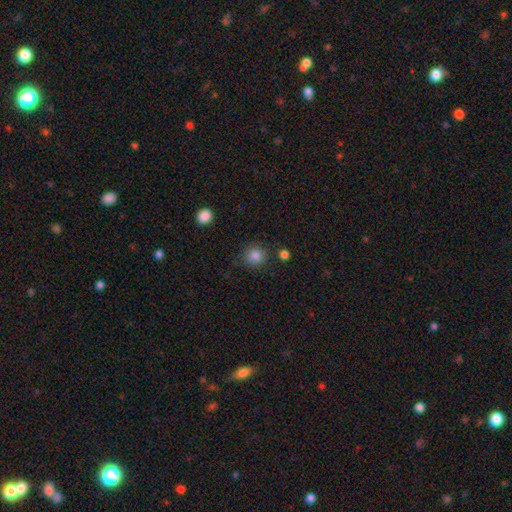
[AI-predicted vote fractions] smooth_or_featured: smooth (p=0.86) [alt: star or artifact p=0.11]
how_rounded: round (p=0.88) [alt: in between p=0.11]
merging: none (p=0.82) [alt: minor disturbance p=0.11]